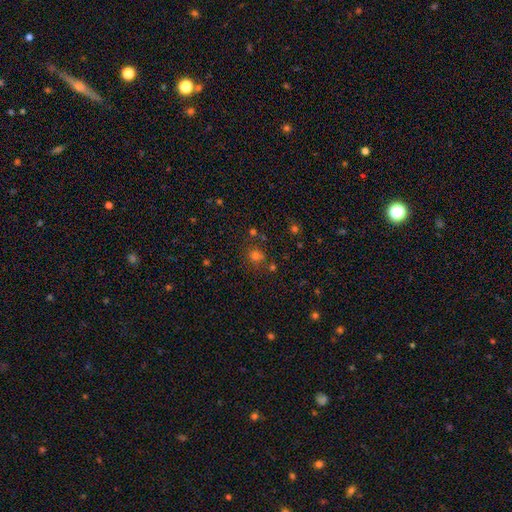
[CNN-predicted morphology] type=smooth (66%); roundness=round (85%); merging=none (71%).